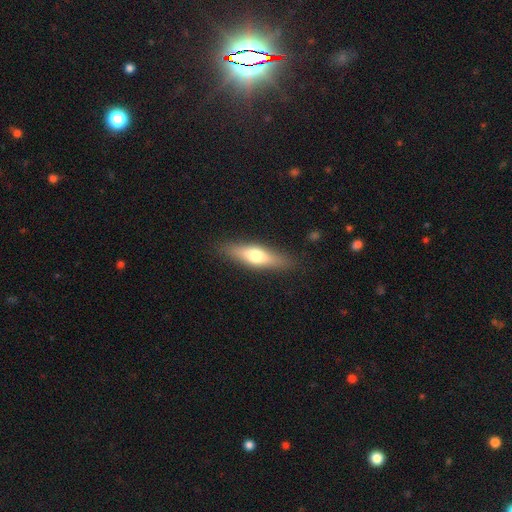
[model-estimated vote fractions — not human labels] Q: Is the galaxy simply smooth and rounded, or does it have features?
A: smooth — 56%.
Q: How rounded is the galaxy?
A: cigar-shaped — 62%.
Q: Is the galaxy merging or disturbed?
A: none — 87%.